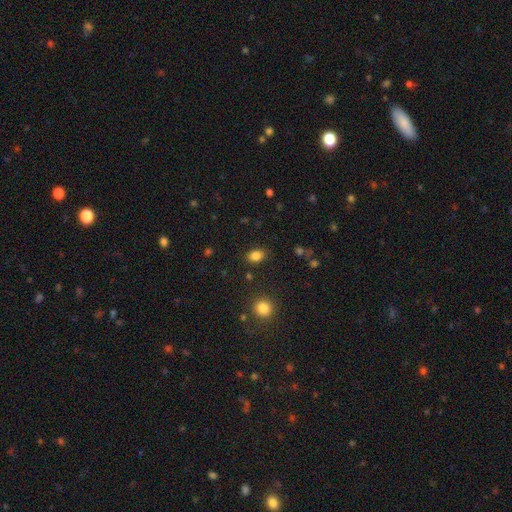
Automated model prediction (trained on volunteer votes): Q: Smooth or featured?
A: smooth (84%); runner-up: star or artifact (11%)
Q: How rounded?
A: in between (69%); runner-up: round (30%)
Q: Merging?
A: none (85%); runner-up: minor disturbance (10%)